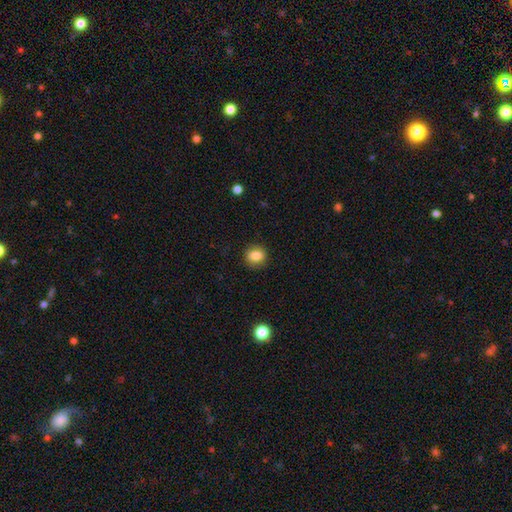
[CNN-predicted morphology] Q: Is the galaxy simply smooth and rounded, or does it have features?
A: smooth — 84%.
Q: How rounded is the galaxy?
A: round — 76%.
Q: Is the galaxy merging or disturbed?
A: none — 89%.